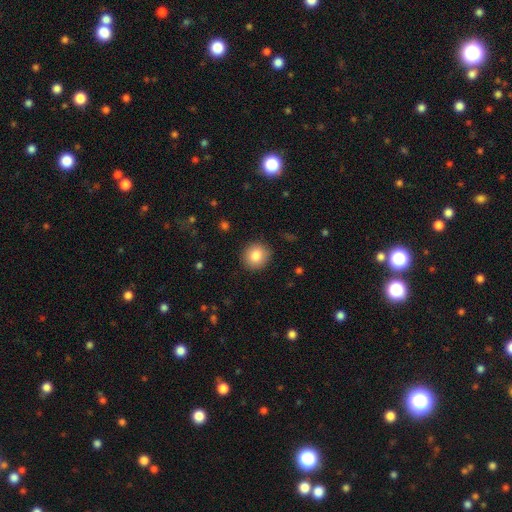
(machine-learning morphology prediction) A smooth galaxy with no disk features (84%) that is round (87%).

Vote fractions:
- Smooth or featured? smooth: 84% / star or artifact: 9% / featured or disk: 8%
- How rounded? round: 87% / in between: 12% / cigar-shaped: 1%
- Merging? none: 90% / minor disturbance: 7% / major disturbance: 2% / merger: 1%